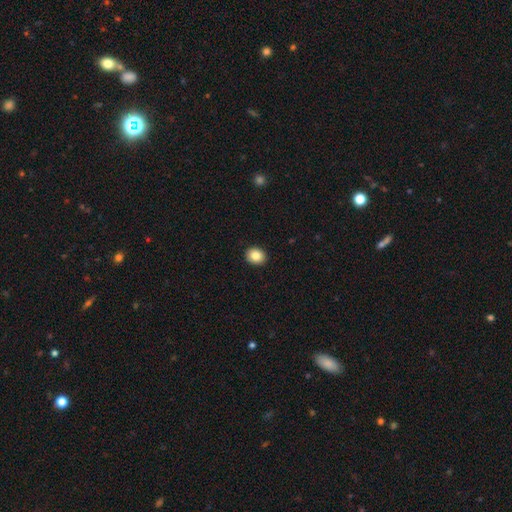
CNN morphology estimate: Smooth or featured? Predicted: smooth (p=0.85). How rounded? Predicted: round (p=0.62). Merging? Predicted: none (p=0.92).